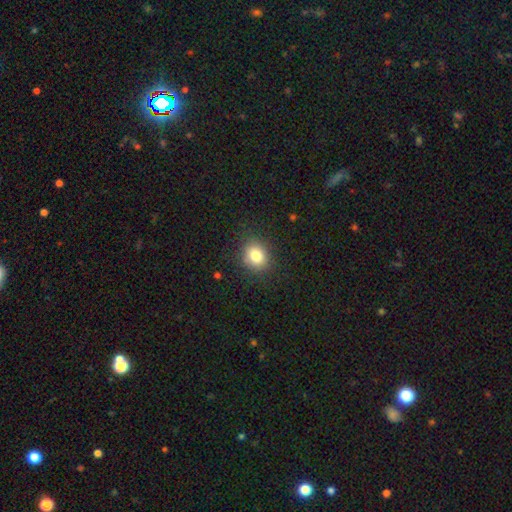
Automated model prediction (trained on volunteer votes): Smooth or featured? smooth (81%)
How rounded? round (62%)
Merging? none (85%)